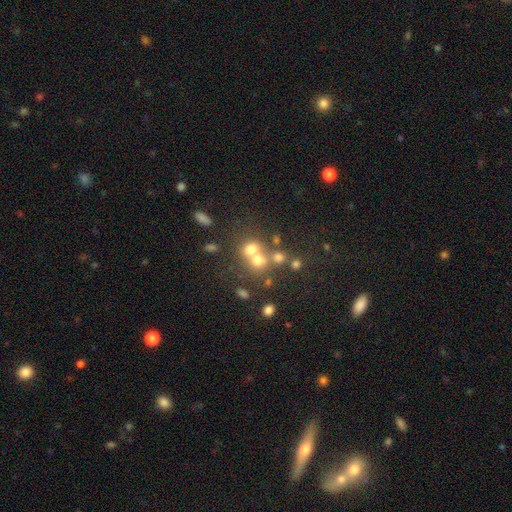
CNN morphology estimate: The model was most divided on "merging": merger: 45%, none: 42%, minor disturbance: 8%, major disturbance: 5%. More confident: how rounded — round (79%); smooth or featured — smooth (53%).